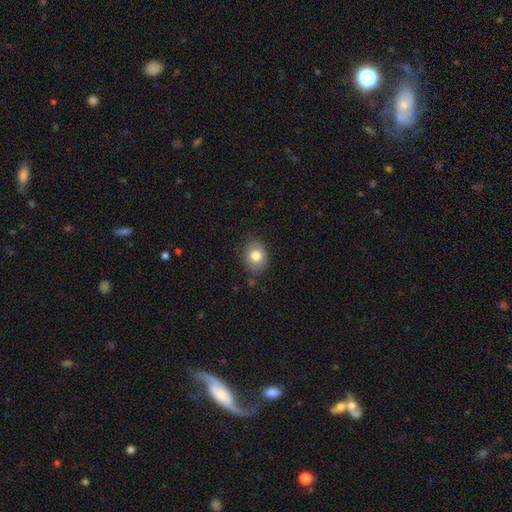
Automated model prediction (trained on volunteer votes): Morphology: type=smooth (79%); roundness=in between (53%); merging=none (82%).